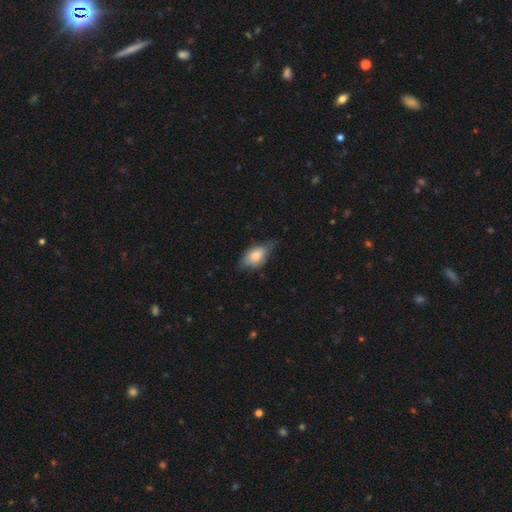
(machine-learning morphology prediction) smooth_or_featured: smooth (p=0.76) [alt: featured or disk p=0.18]
how_rounded: in between (p=0.88) [alt: cigar-shaped p=0.07]
merging: none (p=0.55) [alt: minor disturbance p=0.36]